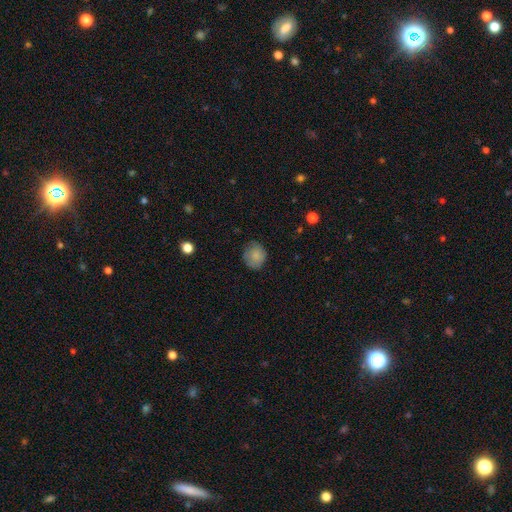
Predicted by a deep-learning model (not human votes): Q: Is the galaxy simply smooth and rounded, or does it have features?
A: smooth — 84%.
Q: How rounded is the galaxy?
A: round — 69%.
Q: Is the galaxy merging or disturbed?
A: none — 75%.